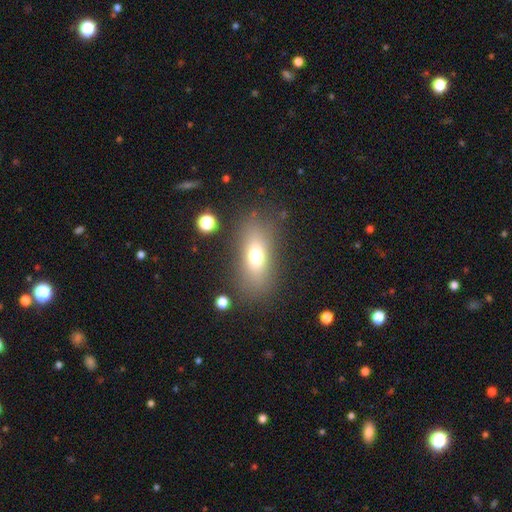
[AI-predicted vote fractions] Smooth or featured? Predicted: smooth (p=0.68). How rounded? Predicted: in between (p=0.72). Merging? Predicted: none (p=0.81).